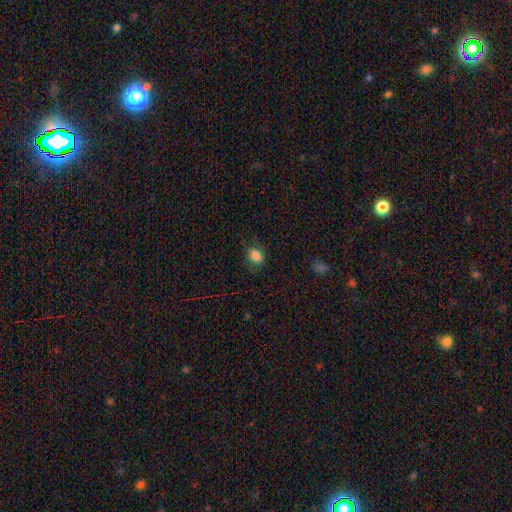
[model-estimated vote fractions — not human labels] smooth_or_featured: smooth (p=0.83) [alt: star or artifact p=0.10]
how_rounded: in between (p=0.62) [alt: round p=0.37]
merging: none (p=0.72) [alt: minor disturbance p=0.20]